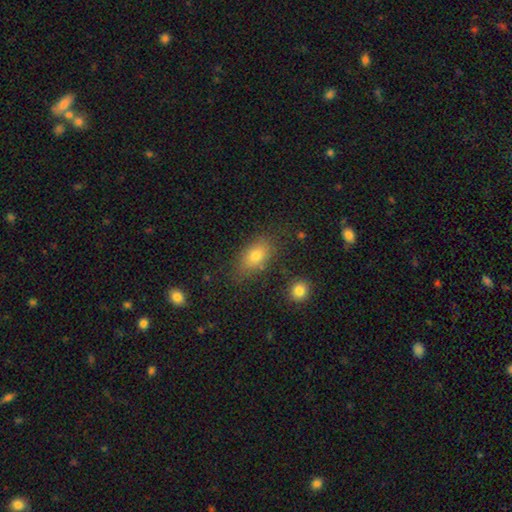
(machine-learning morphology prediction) Smooth or featured? smooth (78%)
How rounded? in between (86%)
Merging? none (76%)